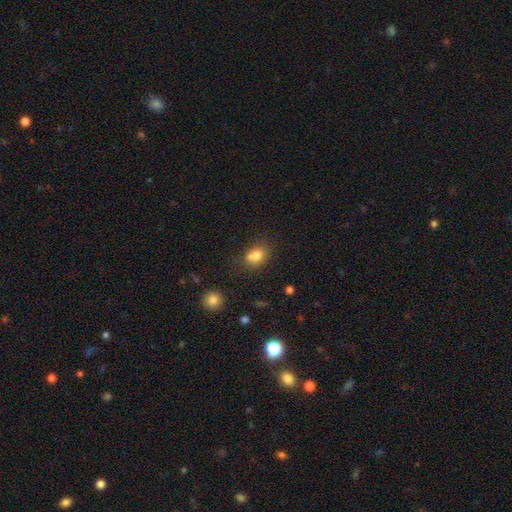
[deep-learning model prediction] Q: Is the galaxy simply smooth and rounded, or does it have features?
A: smooth — 77%.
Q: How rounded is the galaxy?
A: in between — 53%.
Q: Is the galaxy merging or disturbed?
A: none — 50%.